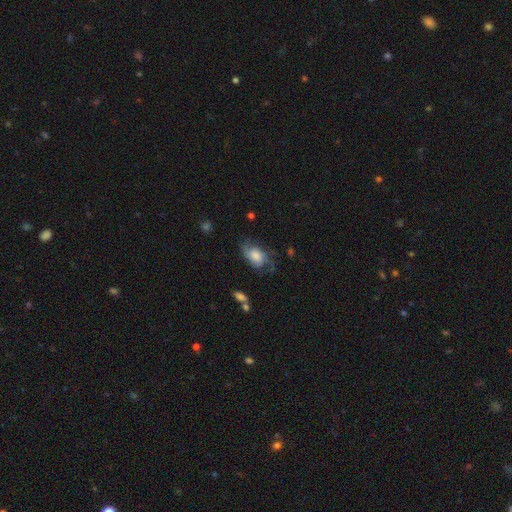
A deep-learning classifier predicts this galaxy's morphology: A featured or disk galaxy (57%) with no bar (73%), spiral arms (88%) and a large central bulge (43%).

Vote fractions:
- Smooth or featured? featured or disk: 57% / smooth: 35% / star or artifact: 8%
- Edge-on disk? no: 96% / yes: 4%
- Bar? no: 73% / weak: 23% / strong: 4%
- Spiral arms? yes: 88% / no: 12%
- Bulge size? large: 43% / moderate: 27% / small: 12% / none: 10% / dominant: 7%
- Merging? none: 51% / minor disturbance: 26% / major disturbance: 20% / merger: 2%